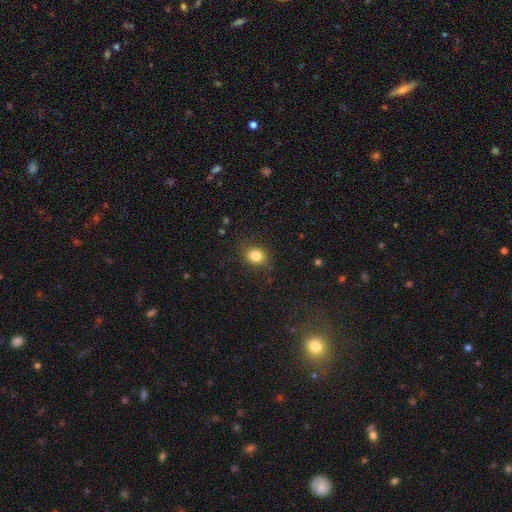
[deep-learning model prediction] Smooth or featured?
  - smooth: 82% *
  - star or artifact: 11%
  - featured or disk: 7%
How rounded?
  - round: 58% *
  - in between: 41%
  - cigar-shaped: 1%
Merging?
  - none: 80% *
  - minor disturbance: 14%
  - major disturbance: 5%
  - merger: 1%